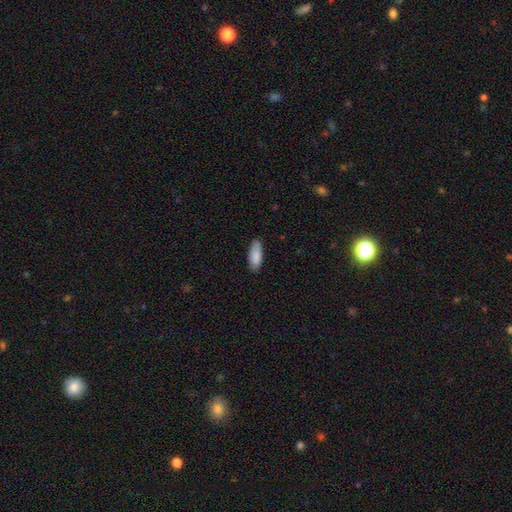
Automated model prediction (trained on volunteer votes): smooth 89%, featured or disk 6%, star or artifact 6%. Down the decision tree: how rounded — in between (76%); merging — none (83%).